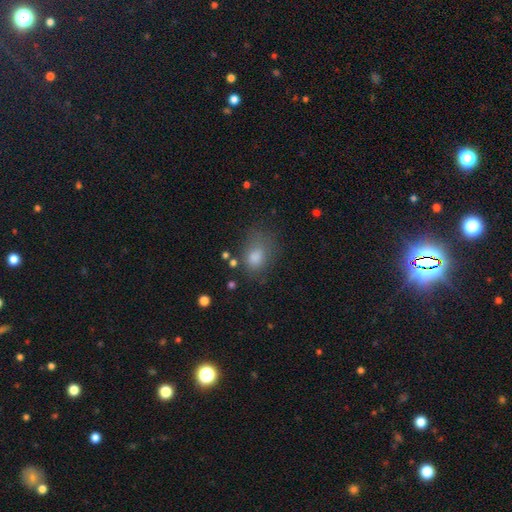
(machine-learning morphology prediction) smooth 76%, star or artifact 14%, featured or disk 10%. Down the decision tree: how rounded — in between (65%); merging — none (56%).